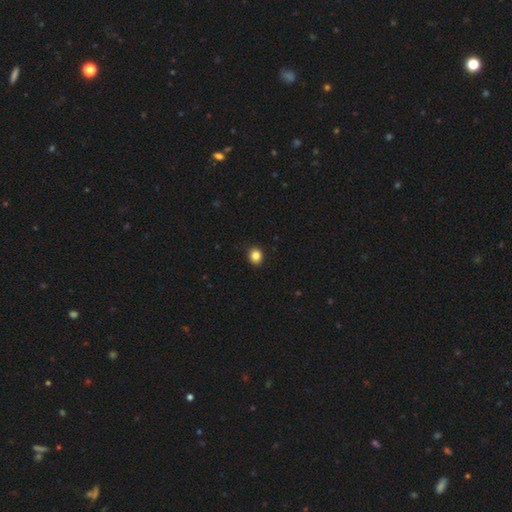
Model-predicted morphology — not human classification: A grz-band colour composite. It shows a smooth galaxy with no disk features (85%) that is round (70%). Merging: none (90%).